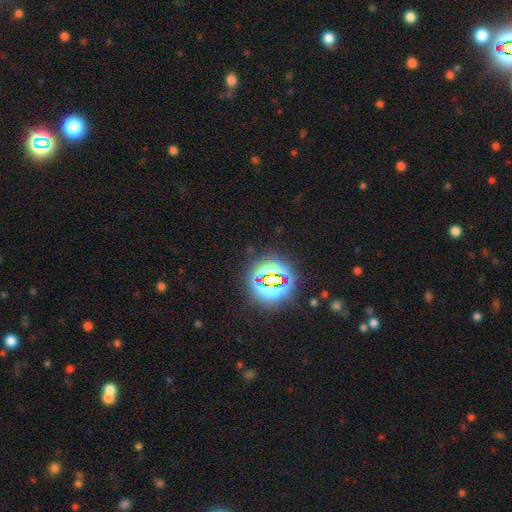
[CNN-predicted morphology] Smooth or featured?
  - star or artifact: 81% *
  - smooth: 12%
  - featured or disk: 6%